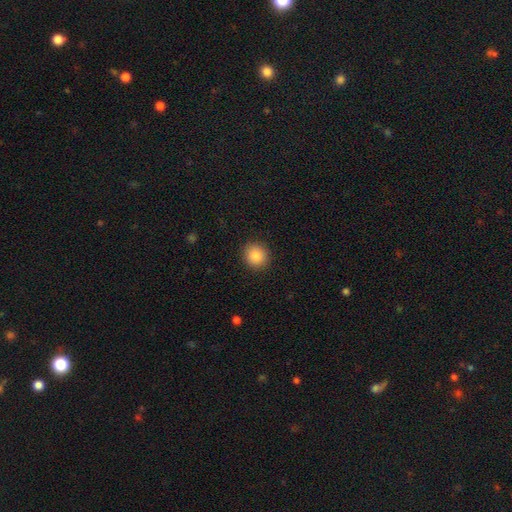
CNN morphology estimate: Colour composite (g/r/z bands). It shows a smooth galaxy with no disk features (87%) that is round (89%). Merging: none (91%).